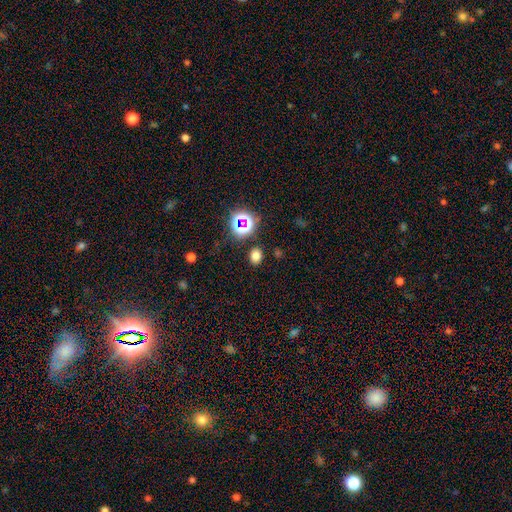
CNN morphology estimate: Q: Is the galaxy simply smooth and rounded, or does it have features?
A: smooth — 72%.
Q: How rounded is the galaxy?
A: round — 51%.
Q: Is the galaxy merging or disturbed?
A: none — 86%.